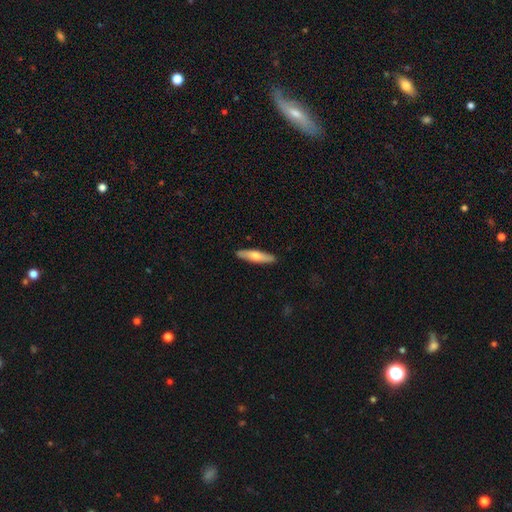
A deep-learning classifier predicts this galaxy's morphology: A smooth galaxy with no disk features (70%) that is cigar-shaped (79%). Merging: none (89%).